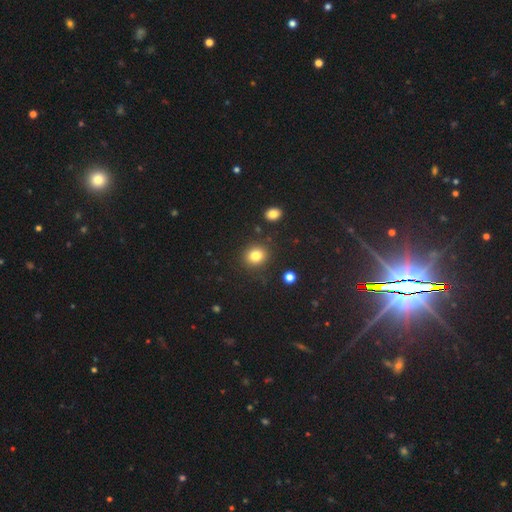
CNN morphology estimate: This is clearly a smooth galaxy (82%). How rounded: likely round (75%). Merging: clearly none (86%).